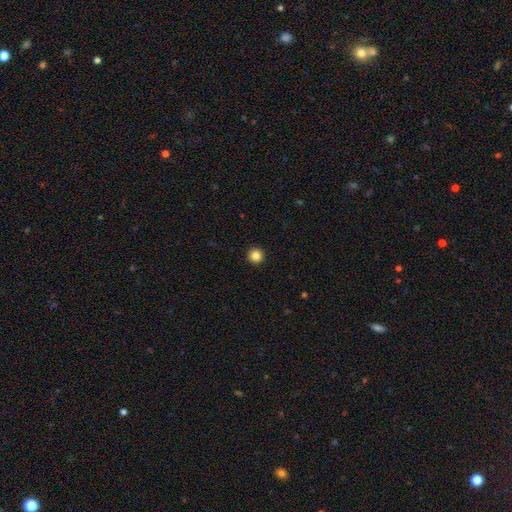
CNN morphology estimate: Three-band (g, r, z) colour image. It shows a smooth galaxy with no disk features (84%) that is round (96%). Merging: none (94%).